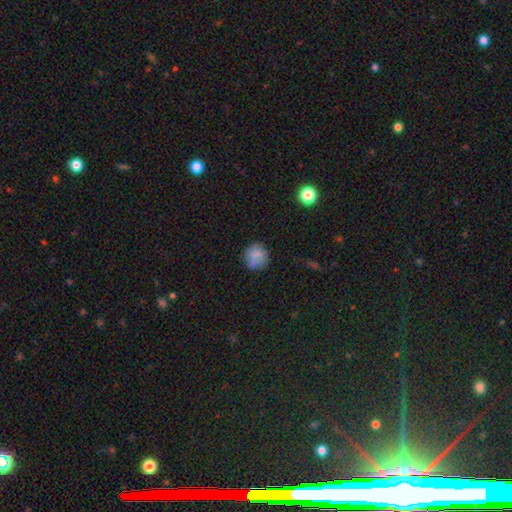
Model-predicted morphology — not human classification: Overall: smooth (76%). How rounded: round (88%). Merging: none (67%).